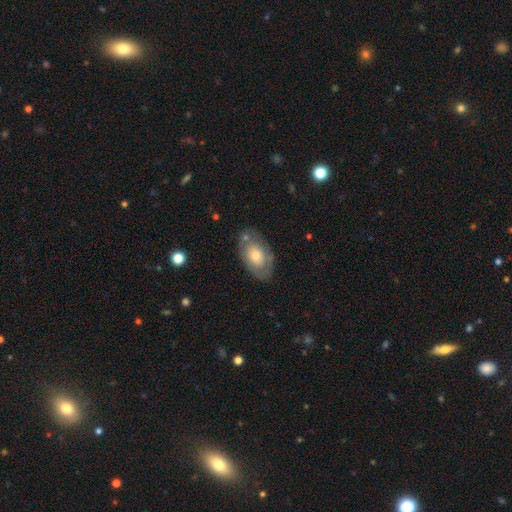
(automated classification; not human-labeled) Smooth or featured? smooth (58%)
How rounded? in between (89%)
Merging? none (71%)